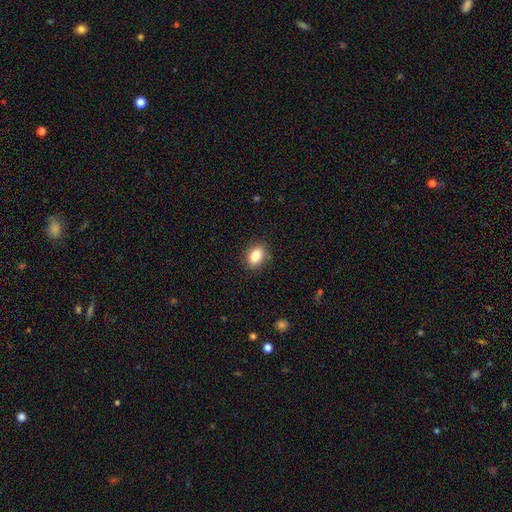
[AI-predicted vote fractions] Morphology: type=smooth (85%); roundness=in between (78%); merging=none (86%).